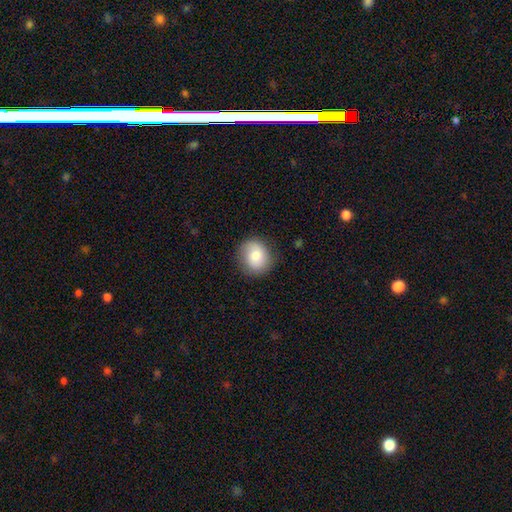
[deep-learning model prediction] Q: Smooth or featured?
A: smooth (75%); runner-up: featured or disk (18%)
Q: How rounded?
A: round (76%); runner-up: in between (23%)
Q: Merging?
A: none (83%); runner-up: minor disturbance (13%)